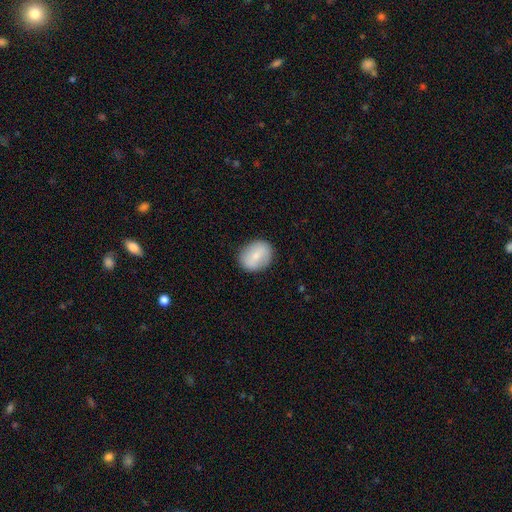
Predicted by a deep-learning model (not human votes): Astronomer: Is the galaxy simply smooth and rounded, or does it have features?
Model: smooth — 71%.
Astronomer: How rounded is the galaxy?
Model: in between — 52% (runner-up: round, 47%).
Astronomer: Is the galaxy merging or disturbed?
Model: none — 85%.